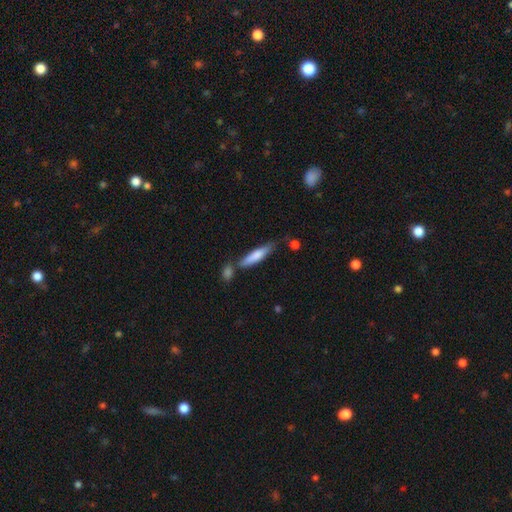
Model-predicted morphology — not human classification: Smooth or featured: smooth — 74% (featured or disk — 21%)
How rounded: cigar-shaped — 81% (in between — 18%)
Merging: none — 64% (minor disturbance — 18%)